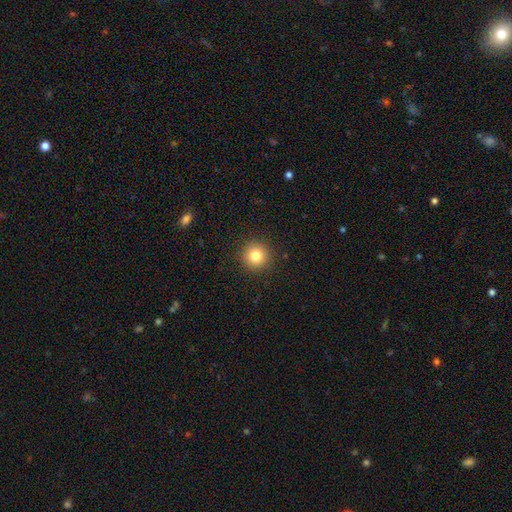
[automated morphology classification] smooth-or-featured: smooth: 82% | star or artifact: 11% | featured or disk: 7%
  how-rounded: round: 95% | in between: 4% | cigar-shaped: 1%
  merging: none: 92% | minor disturbance: 5% | major disturbance: 2% | merger: 1%